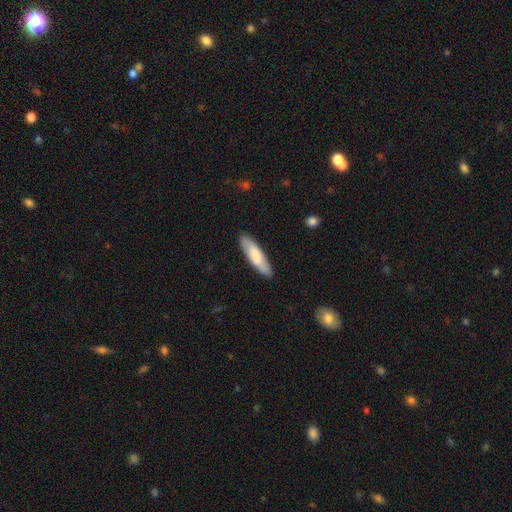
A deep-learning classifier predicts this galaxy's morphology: A smooth galaxy with no disk features (75%) that is cigar-shaped (66%). Merging: none (89%).